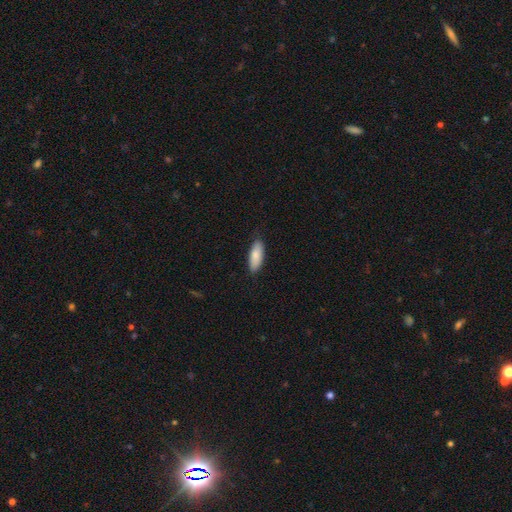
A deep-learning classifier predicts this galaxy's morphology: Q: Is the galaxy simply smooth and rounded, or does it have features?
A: smooth — 84%.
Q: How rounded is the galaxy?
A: in between — 73%.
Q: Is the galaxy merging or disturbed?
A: none — 83%.